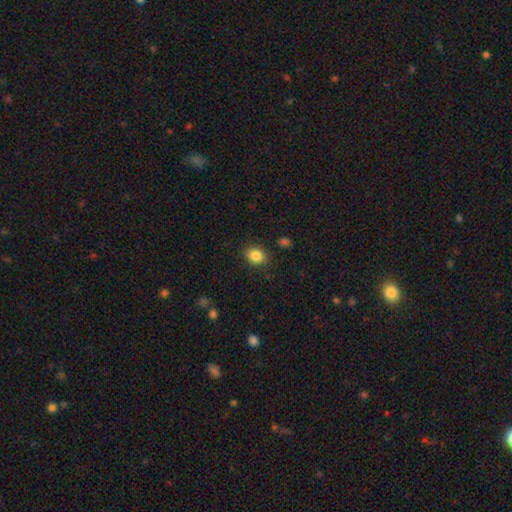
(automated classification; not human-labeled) Q: Smooth or featured?
A: smooth (85%); runner-up: star or artifact (10%)
Q: How rounded?
A: round (57%); runner-up: in between (42%)
Q: Merging?
A: none (85%); runner-up: minor disturbance (10%)